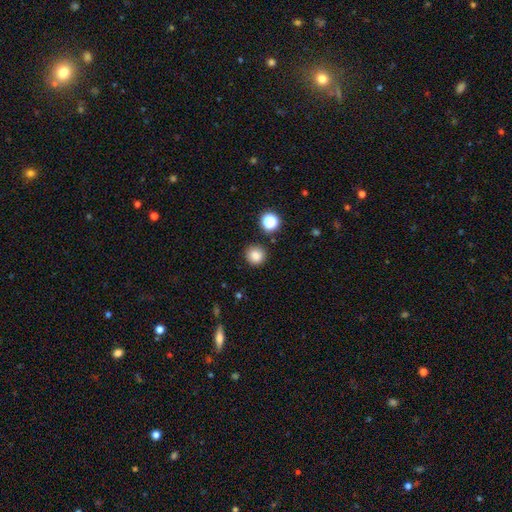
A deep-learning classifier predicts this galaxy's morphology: Q: Smooth or featured?
A: smooth (83%); runner-up: star or artifact (12%)
Q: How rounded?
A: round (92%); runner-up: in between (7%)
Q: Merging?
A: none (89%); runner-up: minor disturbance (6%)